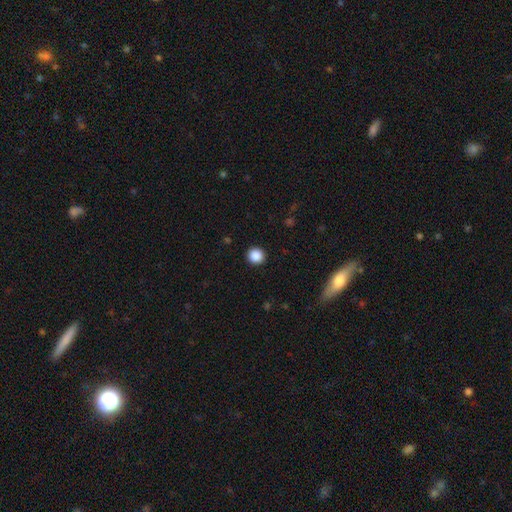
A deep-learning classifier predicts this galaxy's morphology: smooth 87%, star or artifact 10%, featured or disk 3%. Down the decision tree: how rounded — round (95%); merging — none (93%).